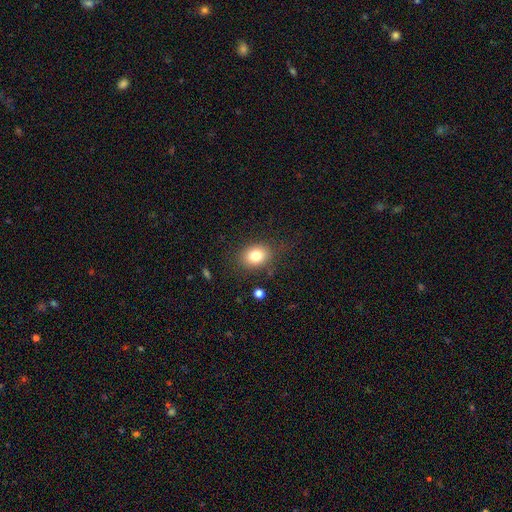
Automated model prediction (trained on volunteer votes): Overall: smooth (80%). How rounded: in between (58%; round 42%). Merging: none (83%).